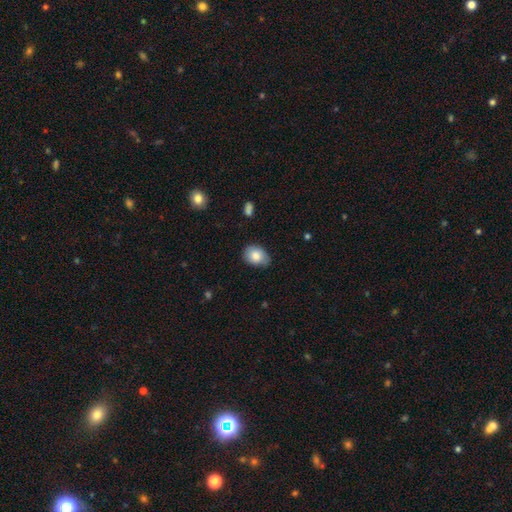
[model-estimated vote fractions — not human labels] smooth 82%, featured or disk 11%, star or artifact 7%. Down the decision tree: how rounded — in between (69%); merging — none (67%).